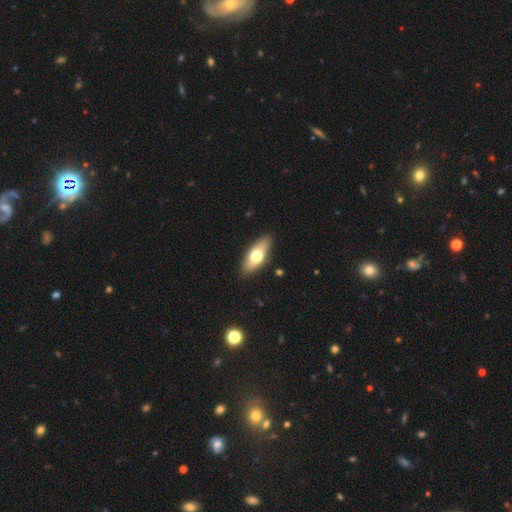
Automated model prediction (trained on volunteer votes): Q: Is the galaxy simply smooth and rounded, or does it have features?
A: smooth — 65%.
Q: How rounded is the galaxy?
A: in between — 73%.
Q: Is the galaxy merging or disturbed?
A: none — 87%.